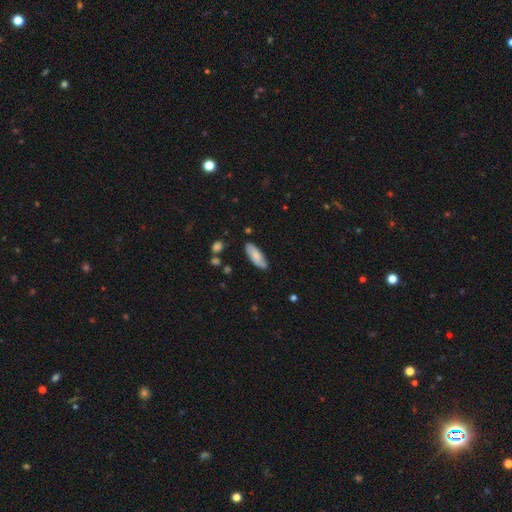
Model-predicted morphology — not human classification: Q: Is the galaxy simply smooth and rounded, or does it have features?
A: smooth — 76%.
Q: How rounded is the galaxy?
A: in between — 71%.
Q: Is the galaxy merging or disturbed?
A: none — 80%.